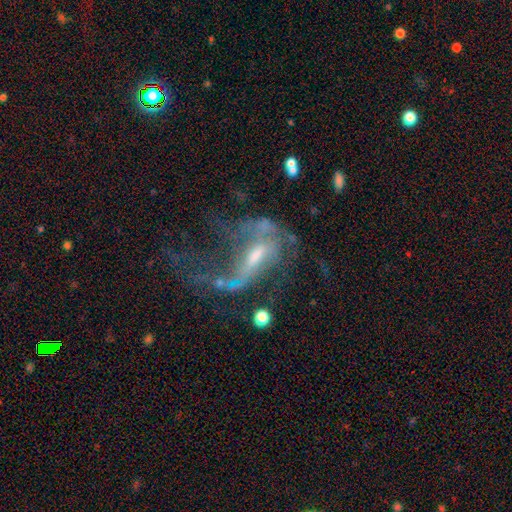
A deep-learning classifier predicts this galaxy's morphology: This is likely a featured or disk galaxy (74%). It is clearly not viewed edge-on (89%). Bar: marginally weak (43%). Spiral arm pattern: likely yes (70%). Central bulge: marginally moderate (44%). Merging: possibly major disturbance (49%).